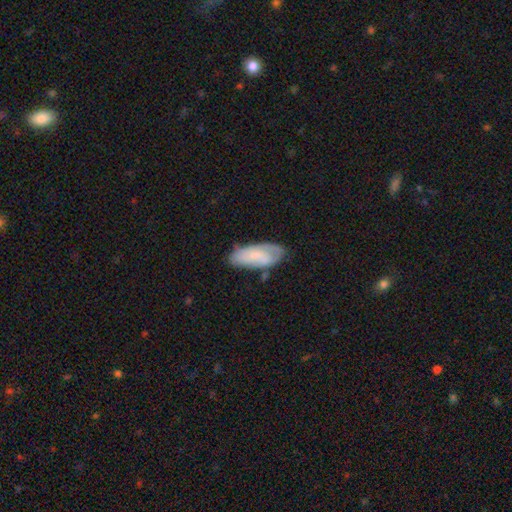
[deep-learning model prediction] Overall: smooth (62%; featured or disk 32%). How rounded: in between (83%). Merging: none (59%; minor disturbance 28%).